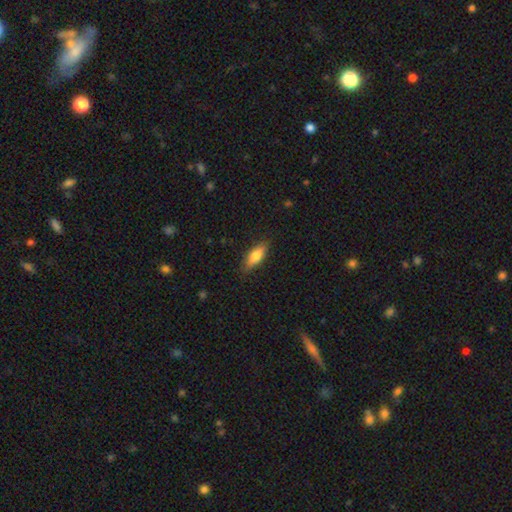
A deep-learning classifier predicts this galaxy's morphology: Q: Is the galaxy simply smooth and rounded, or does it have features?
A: smooth — 76%.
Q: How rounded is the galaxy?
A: in between — 65%.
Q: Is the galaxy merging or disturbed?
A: none — 85%.